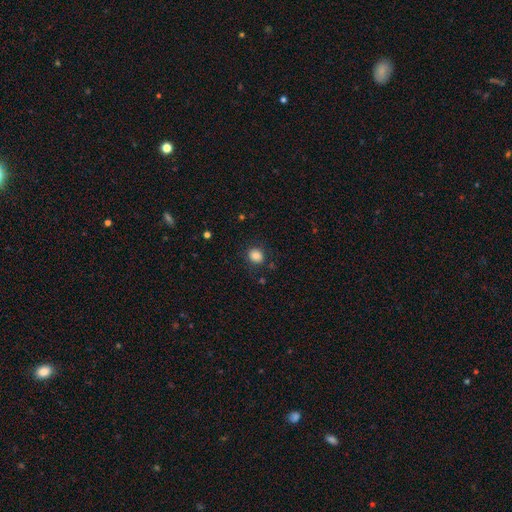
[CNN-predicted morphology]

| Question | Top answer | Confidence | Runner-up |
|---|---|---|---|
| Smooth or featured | smooth | 84% | star or artifact (10%) |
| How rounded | round | 79% | in between (20%) |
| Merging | none | 84% | minor disturbance (11%) |